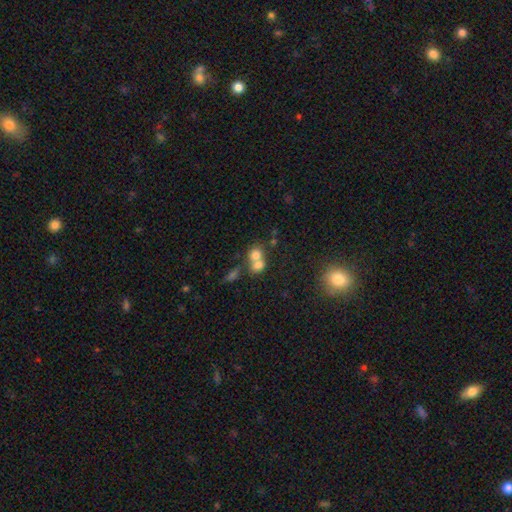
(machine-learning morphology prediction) Overall: smooth (72%). How rounded: round (68%; in between 31%). Merging: merger (63%; none 28%).